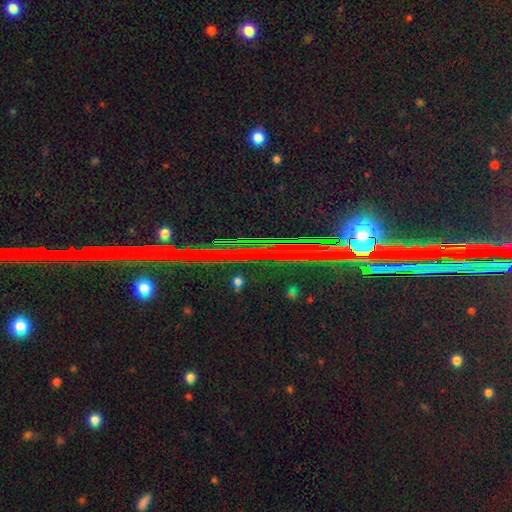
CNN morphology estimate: This appears to be a star or artifact, not a galaxy (85%).